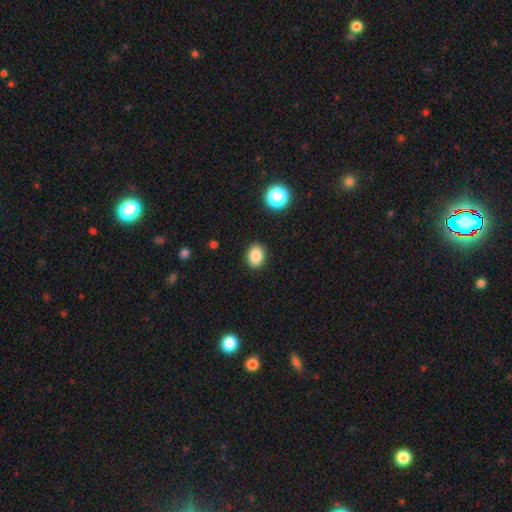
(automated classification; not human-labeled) smooth-or-featured: smooth: 86% | star or artifact: 10% | featured or disk: 4%
  how-rounded: in between: 65% | round: 34% | cigar-shaped: 1%
  merging: none: 90% | minor disturbance: 7% | major disturbance: 2% | merger: 1%